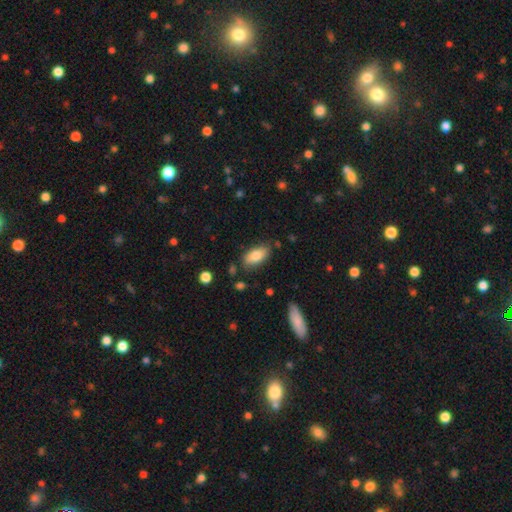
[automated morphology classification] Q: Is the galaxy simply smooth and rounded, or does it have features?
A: smooth — 80%.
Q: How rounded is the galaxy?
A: in between — 91%.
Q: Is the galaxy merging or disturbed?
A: none — 78%.